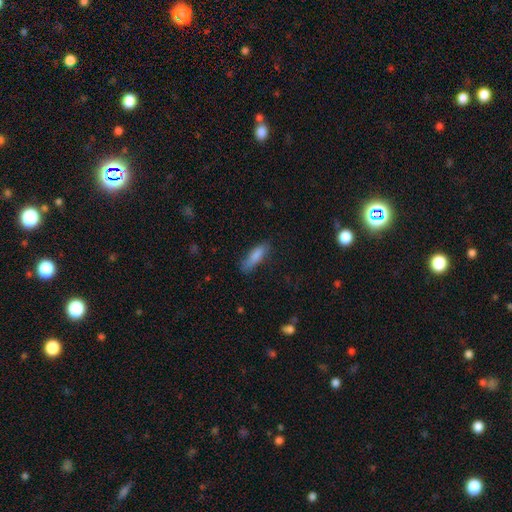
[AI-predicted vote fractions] Overall: smooth (84%). How rounded: cigar-shaped (55%; in between 43%). Merging: none (75%).